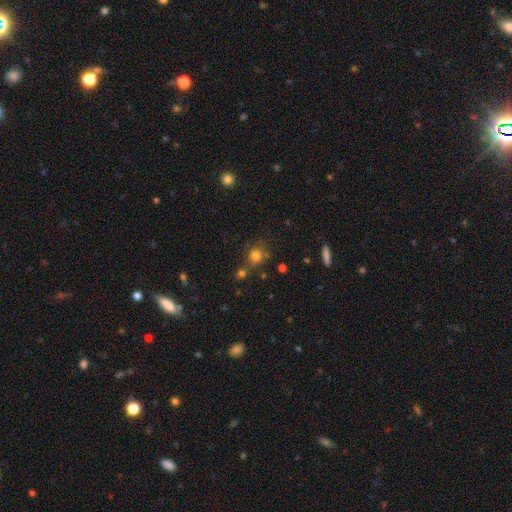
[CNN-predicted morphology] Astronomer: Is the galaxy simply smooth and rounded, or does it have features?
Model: smooth — 77%.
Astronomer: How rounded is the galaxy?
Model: round — 87%.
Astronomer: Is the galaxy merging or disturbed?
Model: none — 68%.